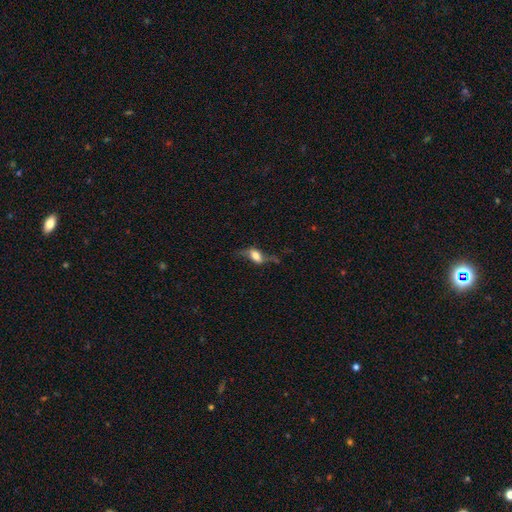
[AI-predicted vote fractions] featured or disk 48%, smooth 42%, star or artifact 10%. Down the decision tree: merging — none (48%).